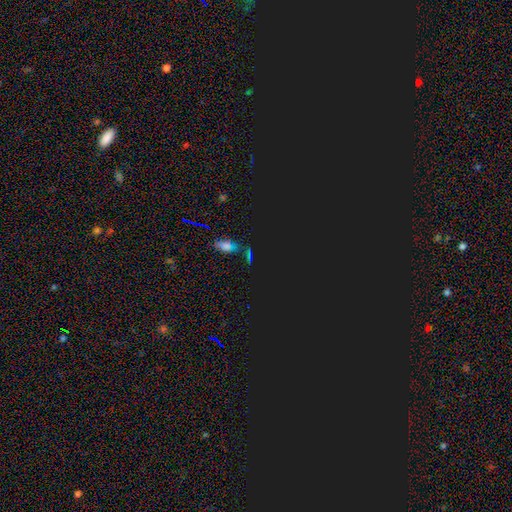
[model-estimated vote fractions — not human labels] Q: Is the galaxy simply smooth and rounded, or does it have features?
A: star or artifact — 64%.